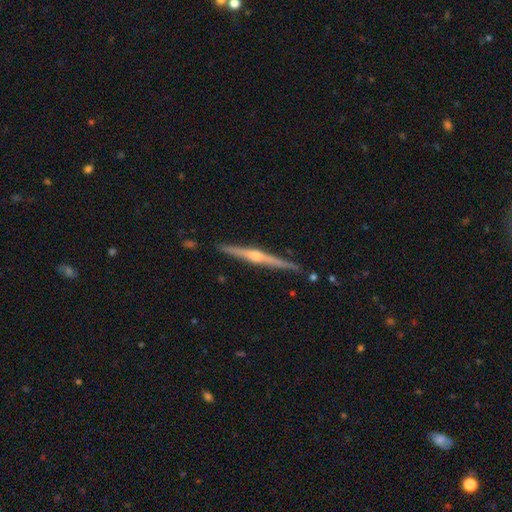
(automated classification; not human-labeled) This is clearly a featured or disk galaxy (83%). It is clearly viewed edge-on (98%). Edge-on bulge: clearly rounded (86%). Merging: clearly none (89%).